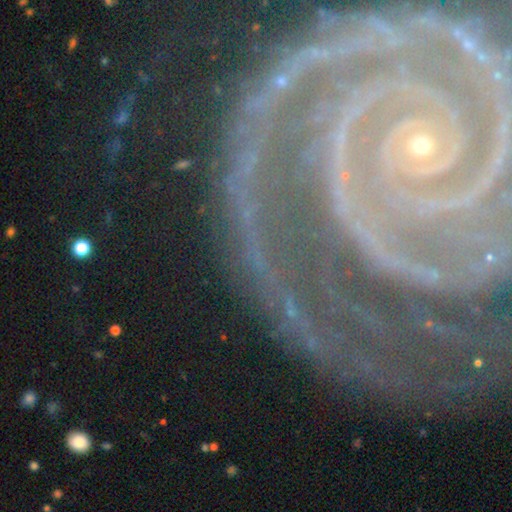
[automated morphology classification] Overall: featured or disk (54%; star or artifact 32%). Edge-on disk: no (84%). Merging: none (73%).